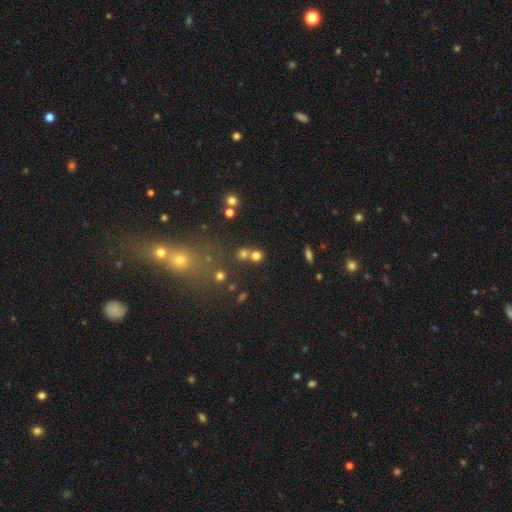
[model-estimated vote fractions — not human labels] This appears to be a smooth galaxy with no disk features (70%) that is round (85%). Merging: none (53%).